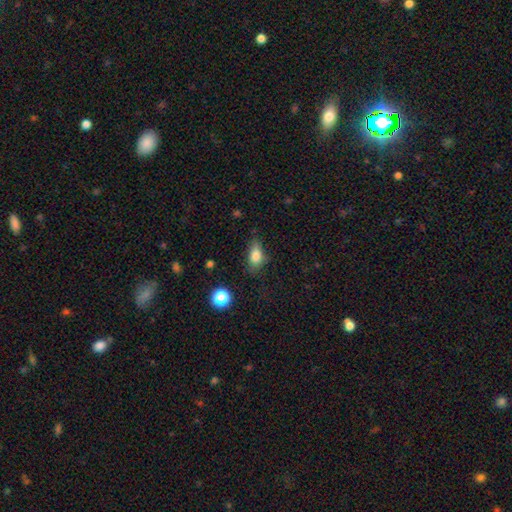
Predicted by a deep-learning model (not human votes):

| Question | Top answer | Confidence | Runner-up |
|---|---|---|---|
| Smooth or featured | smooth | 81% | star or artifact (10%) |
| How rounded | in between | 84% | round (9%) |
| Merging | none | 64% | minor disturbance (26%) |